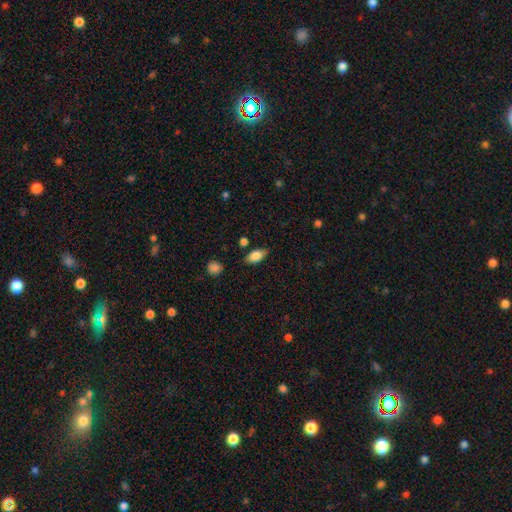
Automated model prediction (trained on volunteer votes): This appears to be a smooth galaxy with no disk features (80%) that is in between round and cigar-shaped (89%). Merging: none (81%).